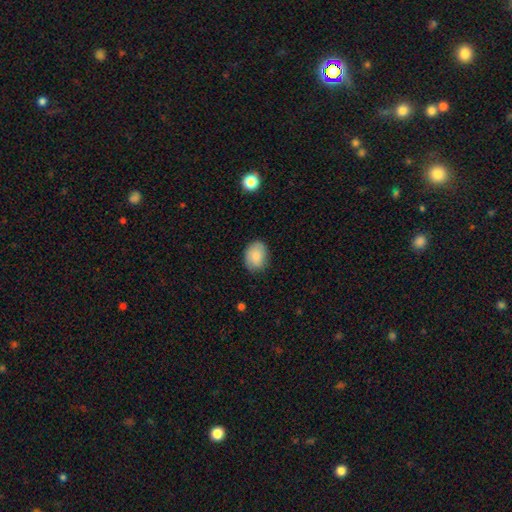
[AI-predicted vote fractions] smooth_or_featured: smooth (p=0.83) [alt: featured or disk p=0.09]
how_rounded: in between (p=0.62) [alt: round p=0.37]
merging: none (p=0.80) [alt: minor disturbance p=0.16]